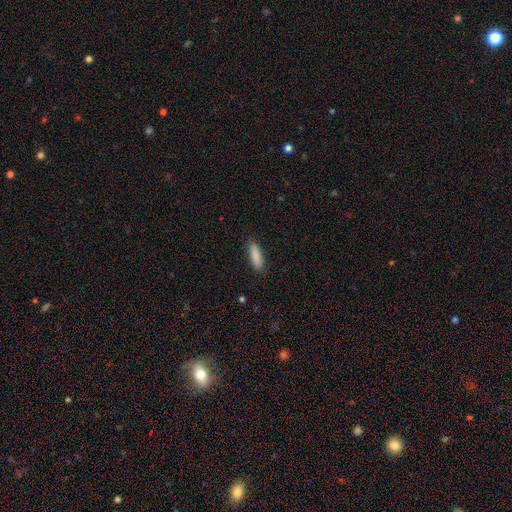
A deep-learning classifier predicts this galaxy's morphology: Q: Smooth or featured?
A: smooth (88%); runner-up: star or artifact (6%)
Q: How rounded?
A: cigar-shaped (55%); runner-up: in between (43%)
Q: Merging?
A: none (88%); runner-up: minor disturbance (9%)